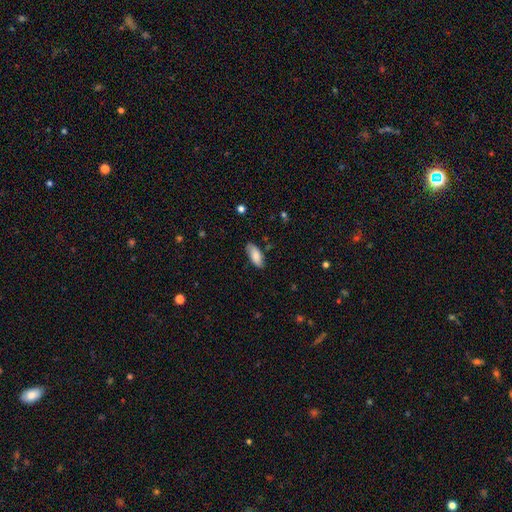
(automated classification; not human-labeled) Overall: smooth (76%). How rounded: in between (86%). Merging: none (79%).